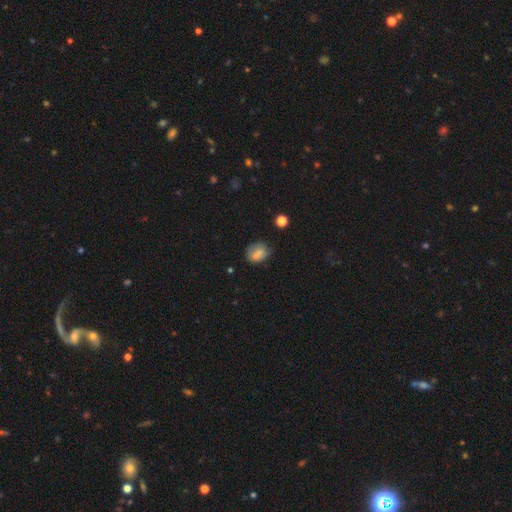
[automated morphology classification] Q: Smooth or featured?
A: smooth (71%); runner-up: featured or disk (16%)
Q: How rounded?
A: round (50%); runner-up: in between (49%)
Q: Merging?
A: none (61%); runner-up: minor disturbance (23%)